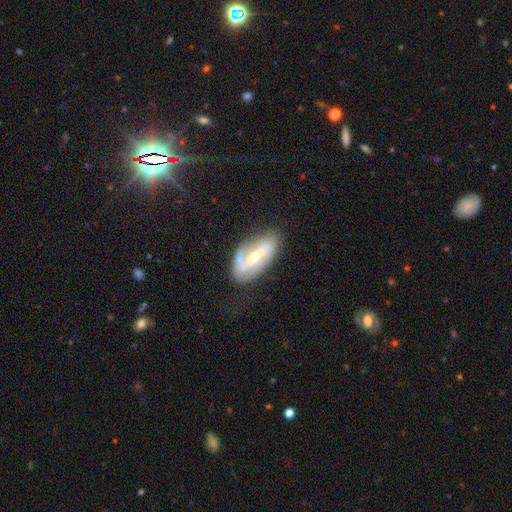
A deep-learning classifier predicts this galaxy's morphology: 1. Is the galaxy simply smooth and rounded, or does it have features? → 72% featured or disk, 21% smooth, 6% star or artifact.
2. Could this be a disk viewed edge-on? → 91% no, 9% yes.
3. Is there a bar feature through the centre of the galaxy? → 44% strong, 37% weak, 19% no.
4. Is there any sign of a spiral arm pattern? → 75% yes, 25% no.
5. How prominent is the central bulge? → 48% moderate, 45% small, 3% large, 2% none, 1% dominant.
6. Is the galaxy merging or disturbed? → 62% none, 24% minor disturbance, 10% major disturbance, 4% merger.